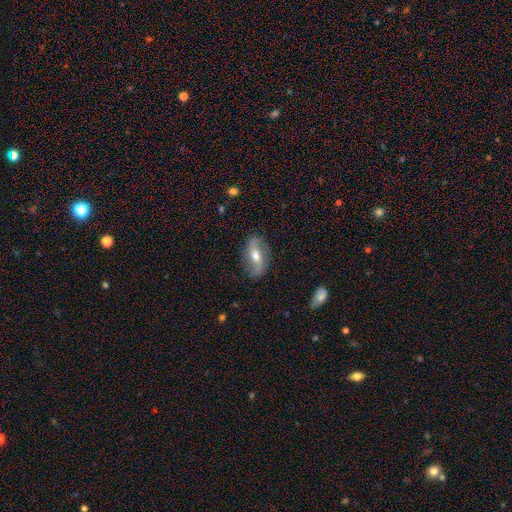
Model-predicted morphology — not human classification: featured or disk 66%, smooth 27%, star or artifact 7%. Down the decision tree: edge-on disk — no (82%); bar — strong (43%); spiral arms — yes (75%); bulge size — moderate (72%); merging — none (82%).